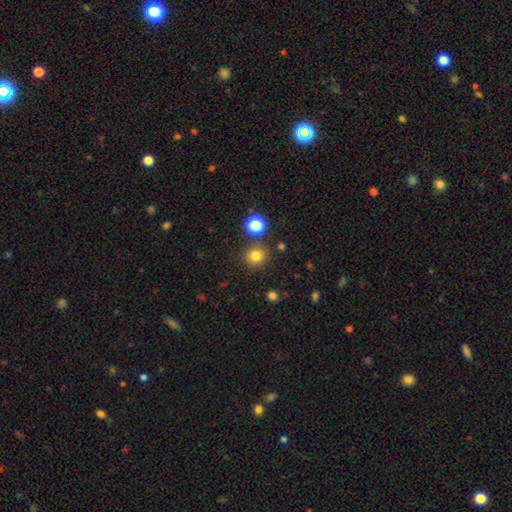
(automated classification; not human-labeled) This appears to be a smooth galaxy with no disk features (79%) that is round (90%). Merging: none (84%).